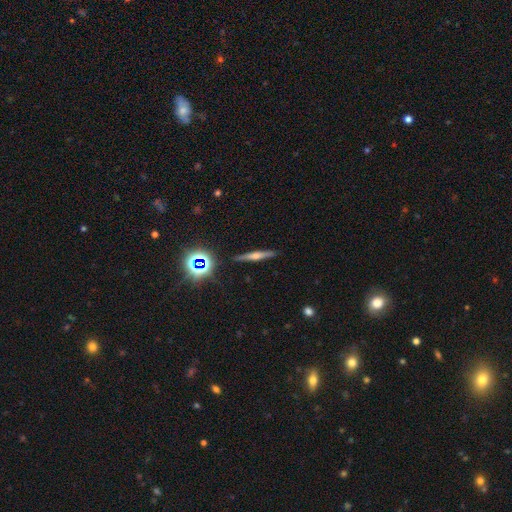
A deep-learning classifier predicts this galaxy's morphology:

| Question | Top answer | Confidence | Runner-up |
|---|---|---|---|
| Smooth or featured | featured or disk | 56% | smooth (30%) |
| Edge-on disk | yes | 96% | no (4%) |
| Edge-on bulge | rounded | 82% | none (9%) |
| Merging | none | 89% | minor disturbance (8%) |